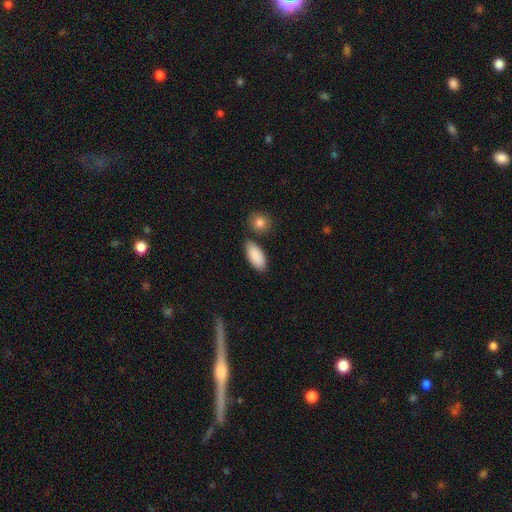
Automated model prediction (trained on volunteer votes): smooth 90%, star or artifact 6%, featured or disk 4%. Down the decision tree: how rounded — in between (90%); merging — none (76%).